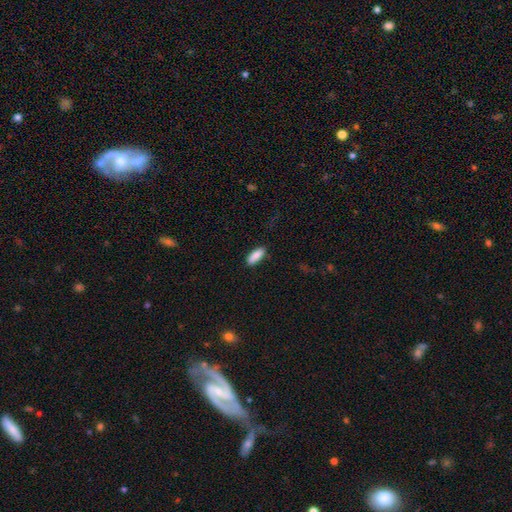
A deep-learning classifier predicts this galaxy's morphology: Smooth or featured: smooth — 87% (star or artifact — 7%)
How rounded: in between — 70% (cigar-shaped — 28%)
Merging: none — 83% (minor disturbance — 13%)